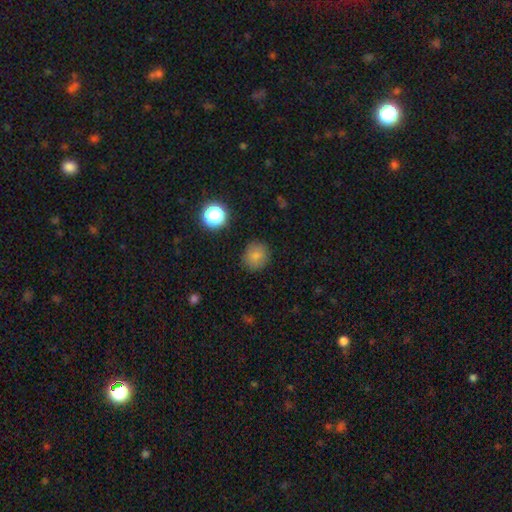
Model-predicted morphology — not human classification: smooth 81%, star or artifact 13%, featured or disk 7%. Down the decision tree: how rounded — round (86%); merging — none (86%).